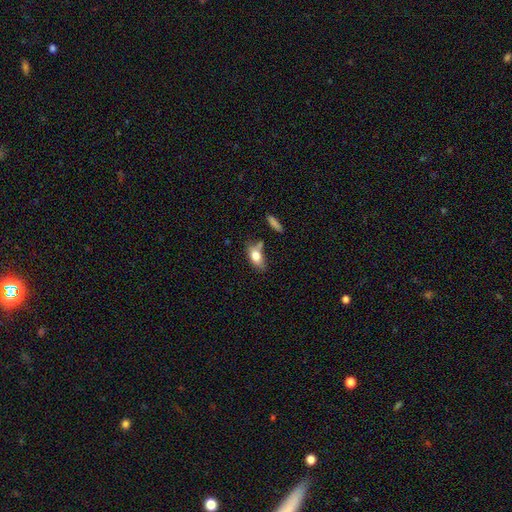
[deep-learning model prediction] Overall: smooth (75%). How rounded: in between (85%). Merging: none (49%; minor disturbance 25%).